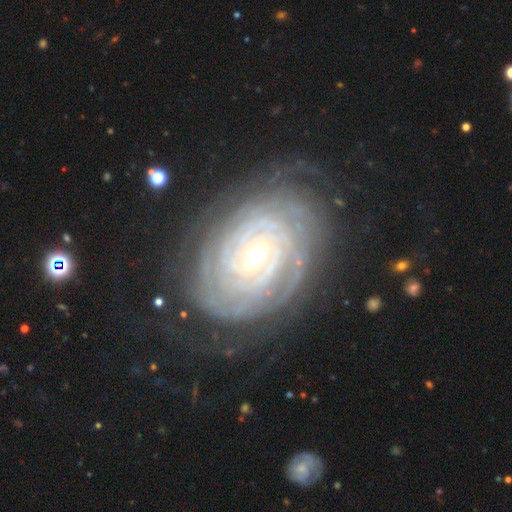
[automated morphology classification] A featured or disk galaxy (91%) with a weak bar (46%), tight (88%) spiral arms (98%) and a moderate central bulge (54%). Merging: none (78%).